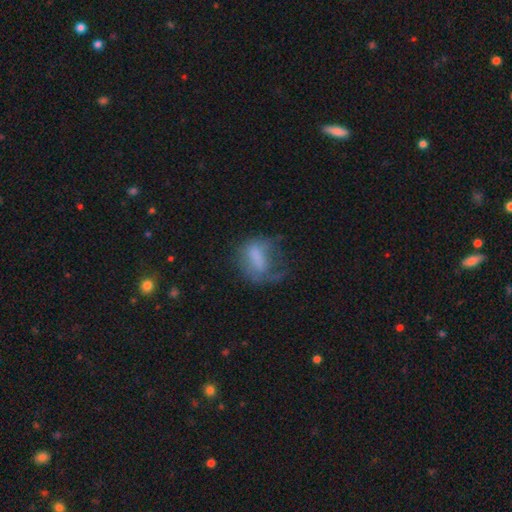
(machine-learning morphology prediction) A smooth galaxy with no disk features (54%) that is in between round and cigar-shaped (69%).

Vote fractions:
- Smooth or featured? smooth: 54% / featured or disk: 33% / star or artifact: 13%
- How rounded? in between: 69% / round: 22% / cigar-shaped: 8%
- Merging? major disturbance: 40% / none: 32% / minor disturbance: 24% / merger: 3%